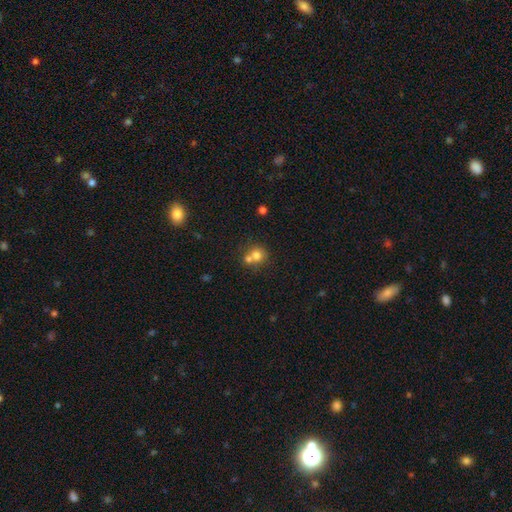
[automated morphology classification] smooth-or-featured: smooth: 74% | featured or disk: 14% | star or artifact: 12%
  how-rounded: round: 83% | in between: 16% | cigar-shaped: 1%
  merging: merger: 51% | none: 39% | minor disturbance: 7% | major disturbance: 3%